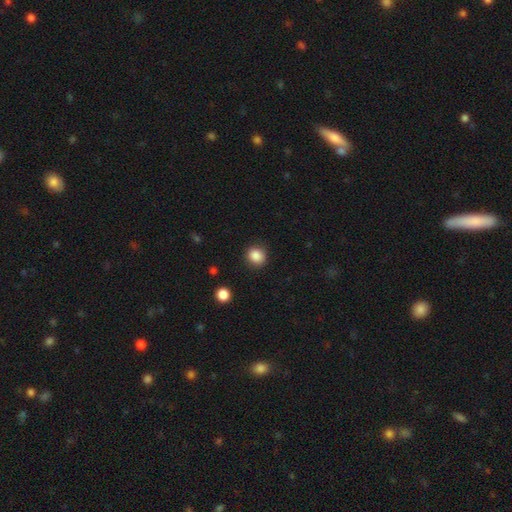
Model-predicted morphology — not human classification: Smooth or featured?
  - smooth: 87% *
  - star or artifact: 10%
  - featured or disk: 3%
How rounded?
  - round: 84% *
  - in between: 15%
  - cigar-shaped: 1%
Merging?
  - none: 88% *
  - minor disturbance: 8%
  - major disturbance: 3%
  - merger: 1%